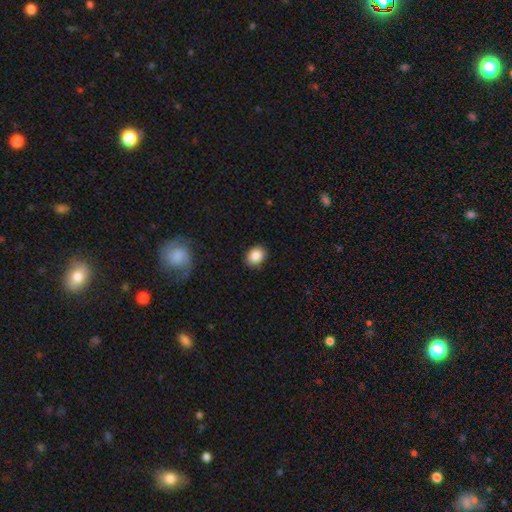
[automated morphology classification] This is clearly a smooth galaxy (88%). How rounded: possibly round (51%). Merging: clearly none (88%).